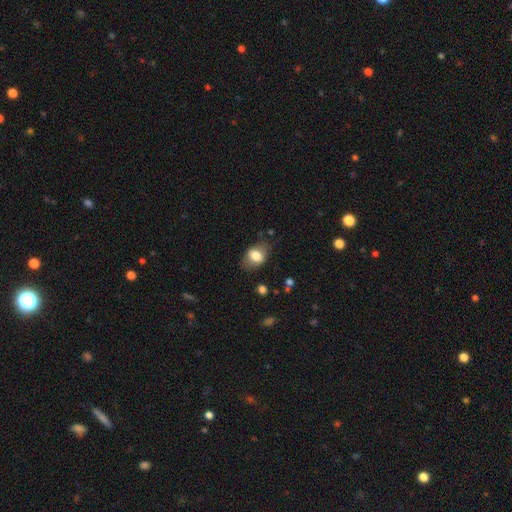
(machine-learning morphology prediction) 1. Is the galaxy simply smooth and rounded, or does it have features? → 72% smooth, 20% featured or disk, 8% star or artifact.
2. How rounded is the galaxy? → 81% in between, 17% round, 2% cigar-shaped.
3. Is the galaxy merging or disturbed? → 73% none, 18% minor disturbance, 7% major disturbance, 2% merger.